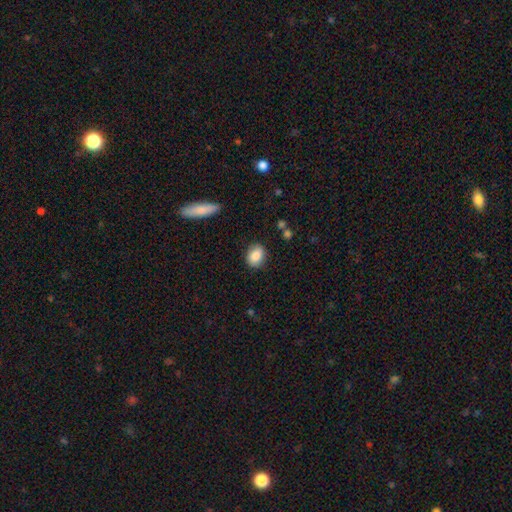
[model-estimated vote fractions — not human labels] A smooth galaxy with no disk features (84%) that is in between round and cigar-shaped (57%).

Vote fractions:
- Smooth or featured? smooth: 84% / star or artifact: 8% / featured or disk: 8%
- How rounded? in between: 57% / round: 42% / cigar-shaped: 1%
- Merging? none: 84% / minor disturbance: 11% / major disturbance: 3% / merger: 2%